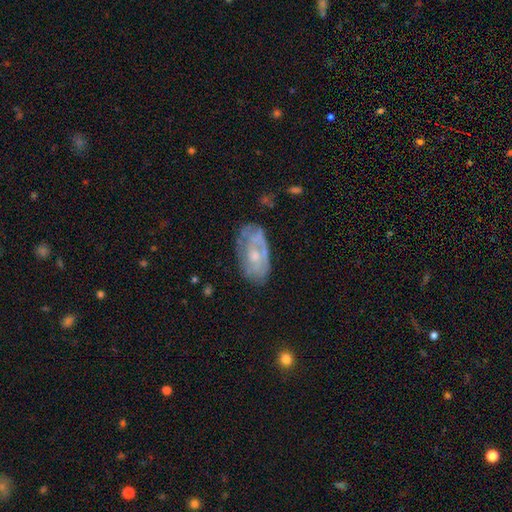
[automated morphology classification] Smooth or featured: featured or disk — 59% (smooth — 33%)
Edge-on disk: no — 93% (yes — 7%)
Bar: no — 79% (weak — 18%)
Spiral arms: no — 51% (yes — 49%)
Bulge size: moderate — 48% (small — 42%)
Merging: none — 59% (minor disturbance — 27%)